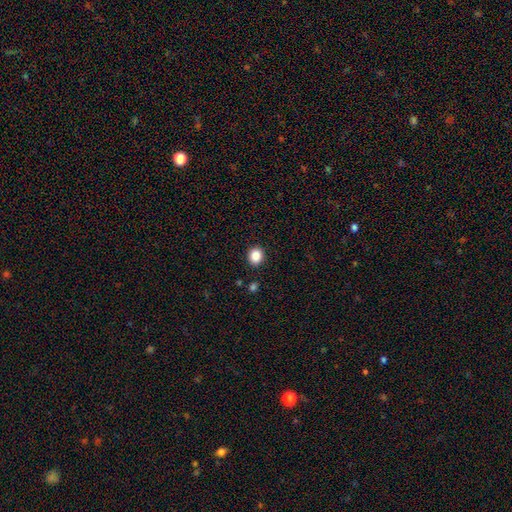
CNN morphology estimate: Smooth or featured? Predicted: smooth (p=0.86). How rounded? Predicted: round (p=0.70). Merging? Predicted: none (p=0.90).